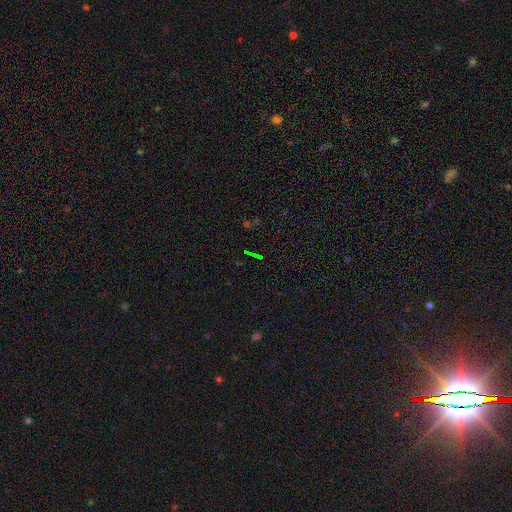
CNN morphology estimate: A star or artifact, not a galaxy (71%).